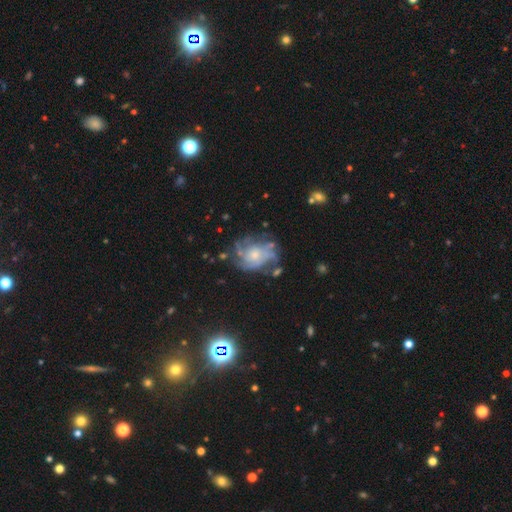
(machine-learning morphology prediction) Smooth or featured? Predicted: featured or disk (p=0.78). Edge-on disk? Predicted: no (p=0.97). Bar? Predicted: no (p=0.79). Spiral arms? Predicted: yes (p=0.88). Spiral winding? Predicted: tight (p=0.49). Spiral arm count? Predicted: can't tell (p=0.38). Bulge size? Predicted: small (p=0.48). Merging? Predicted: none (p=0.64).